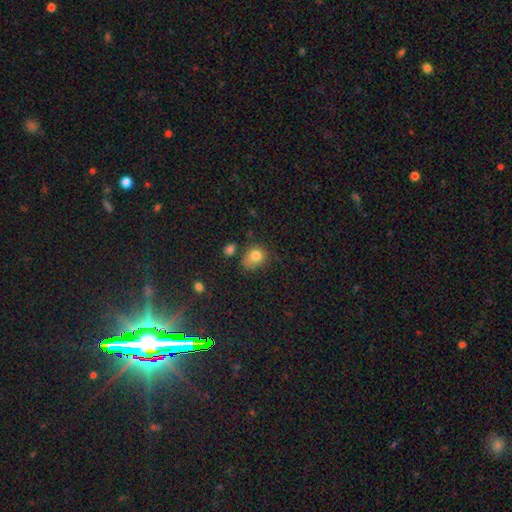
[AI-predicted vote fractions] The model was most divided on "merging": none: 48%, minor disturbance: 30%, major disturbance: 13%, merger: 9%. More confident: smooth or featured — smooth (80%); how rounded — round (59%).